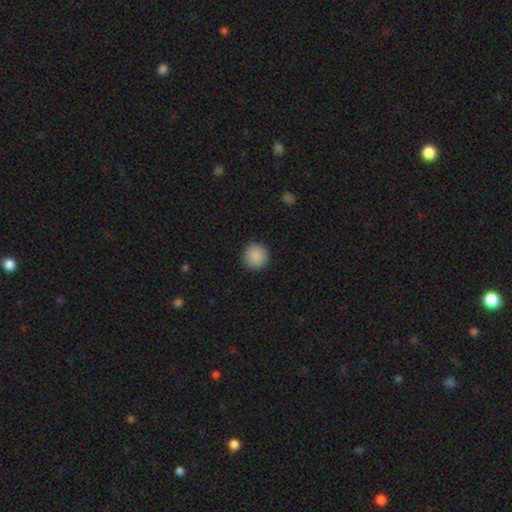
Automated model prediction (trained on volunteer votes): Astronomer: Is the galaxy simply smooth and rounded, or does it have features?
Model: smooth — 89%.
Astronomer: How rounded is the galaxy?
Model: round — 94%.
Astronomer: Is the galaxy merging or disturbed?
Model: none — 91%.